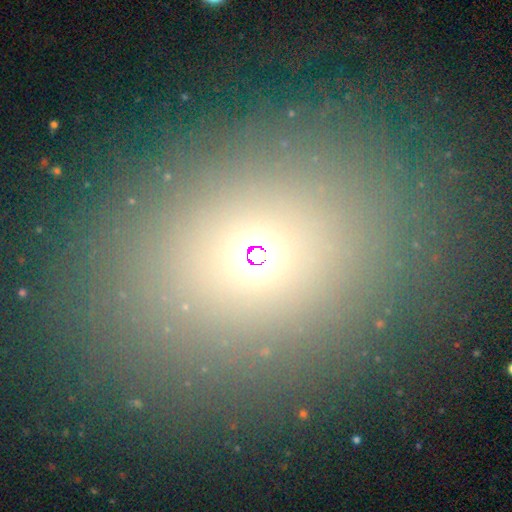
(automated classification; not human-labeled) smooth 60%, star or artifact 30%, featured or disk 10%. Down the decision tree: how rounded — round (56%); merging — none (81%).